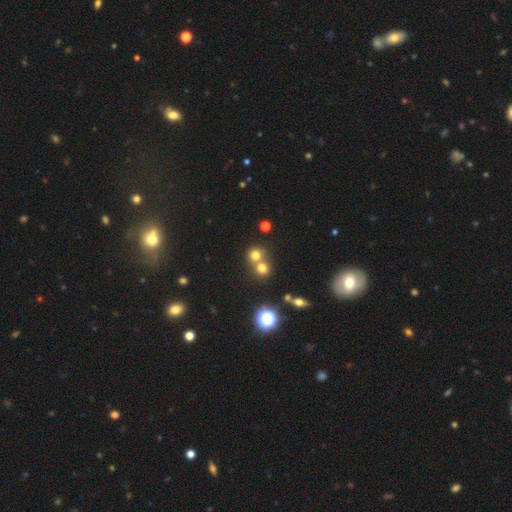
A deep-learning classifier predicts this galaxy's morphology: This appears to be a smooth galaxy with no disk features (71%) that is round (87%). Merging: none (48%).